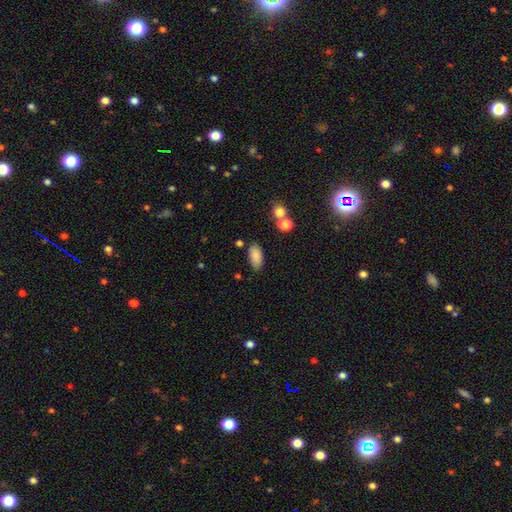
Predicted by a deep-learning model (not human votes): This appears to be a smooth galaxy with no disk features (86%) that is in between round and cigar-shaped (89%). Merging: none (80%).